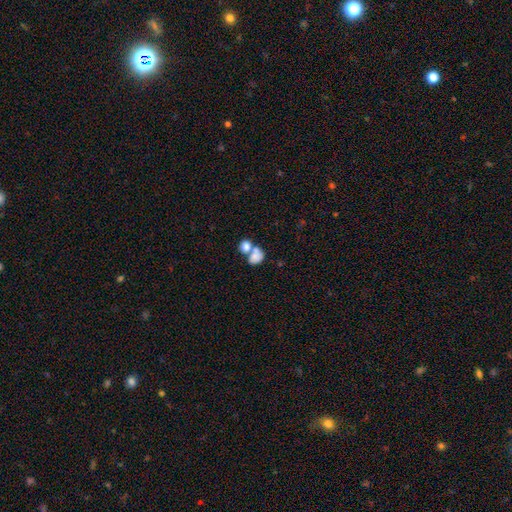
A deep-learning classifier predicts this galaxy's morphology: Q: Smooth or featured?
A: smooth (77%); runner-up: featured or disk (14%)
Q: How rounded?
A: in between (59%); runner-up: round (40%)
Q: Merging?
A: merger (61%); runner-up: none (25%)